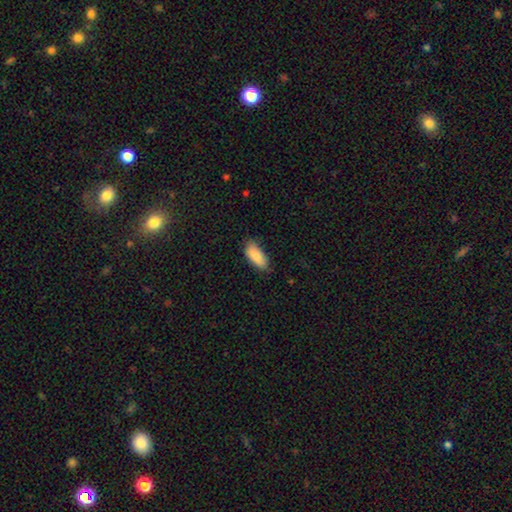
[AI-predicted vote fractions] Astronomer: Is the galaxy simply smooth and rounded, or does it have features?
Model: smooth — 88%.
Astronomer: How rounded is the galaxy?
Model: in between — 88%.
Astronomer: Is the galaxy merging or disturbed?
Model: none — 74%.